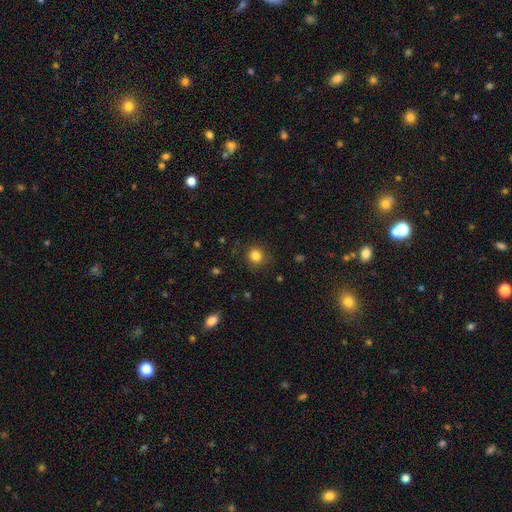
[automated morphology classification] smooth 84%, star or artifact 12%, featured or disk 5%. Down the decision tree: how rounded — round (88%); merging — none (86%).